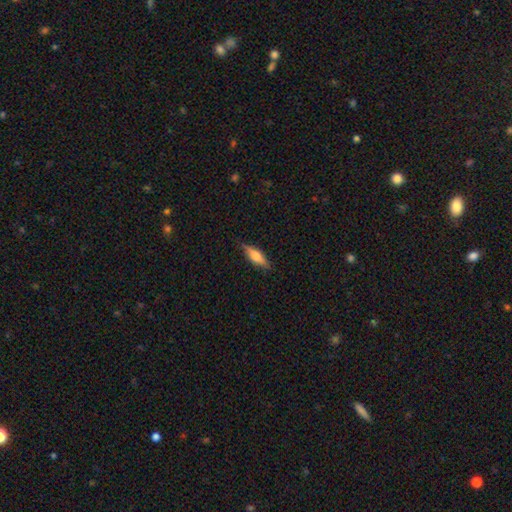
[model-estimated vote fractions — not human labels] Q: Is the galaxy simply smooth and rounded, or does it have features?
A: smooth — 60%.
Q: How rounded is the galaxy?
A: in between — 52%.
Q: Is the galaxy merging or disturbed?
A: none — 80%.